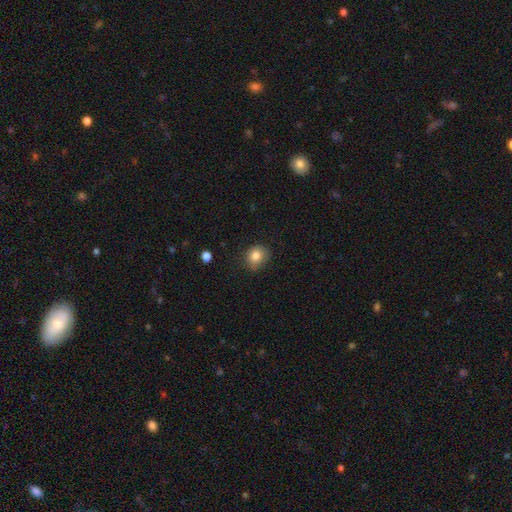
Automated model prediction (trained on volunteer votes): smooth 83%, star or artifact 10%, featured or disk 7%. Down the decision tree: how rounded — round (66%); merging — none (72%).